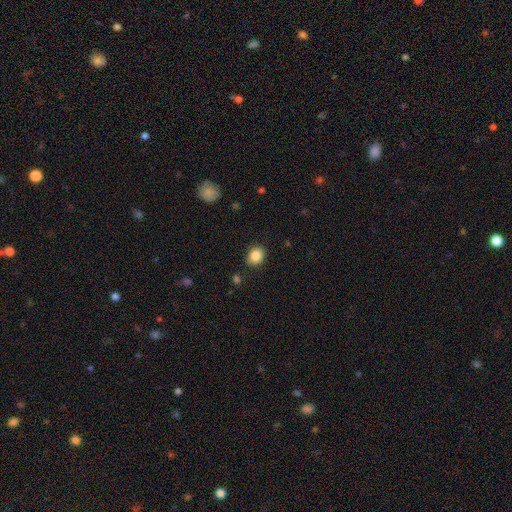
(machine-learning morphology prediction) This is clearly a smooth galaxy (86%). How rounded: possibly round (56%). Merging: clearly none (85%).